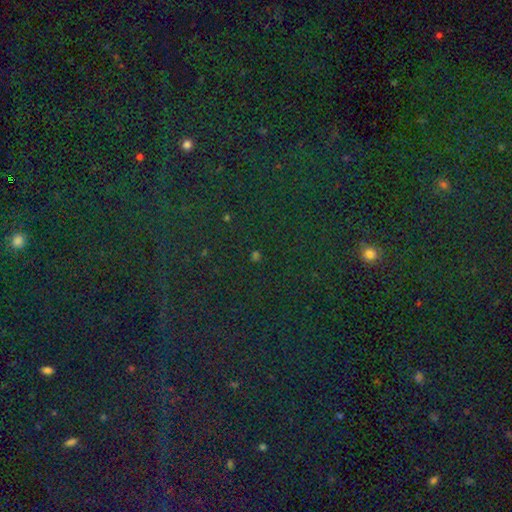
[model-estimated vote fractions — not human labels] Overall: star or artifact (68%).